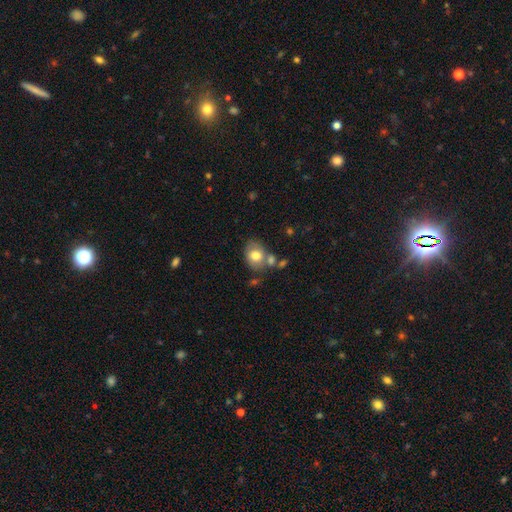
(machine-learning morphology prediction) Smooth or featured: smooth — 74% (featured or disk — 18%)
How rounded: in between — 53% (round — 46%)
Merging: none — 54% (merger — 22%)